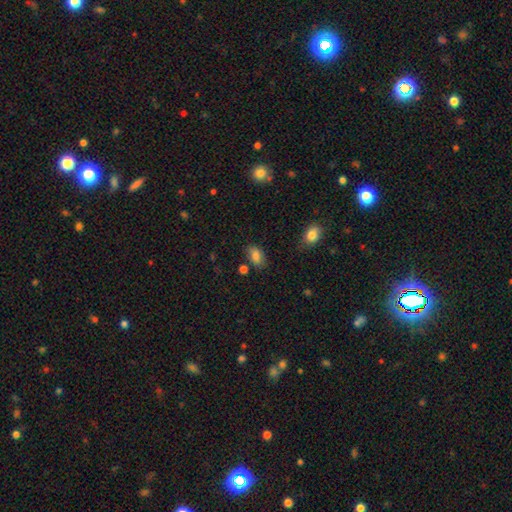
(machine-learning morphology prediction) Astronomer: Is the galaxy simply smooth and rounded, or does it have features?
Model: smooth — 82%.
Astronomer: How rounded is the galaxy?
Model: in between — 89%.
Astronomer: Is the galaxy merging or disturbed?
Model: none — 73%.